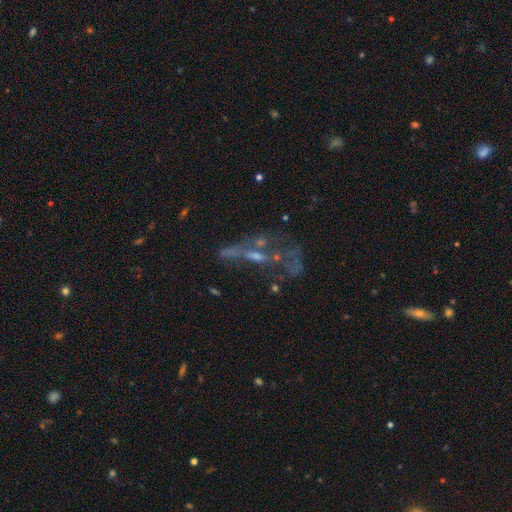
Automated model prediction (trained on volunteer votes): smooth-or-featured: featured or disk: 56% | star or artifact: 23% | smooth: 21%
  disk-edge-on: no: 82% | yes: 18%
  merging: major disturbance: 30% | none: 29% | merger: 29% | minor disturbance: 11%